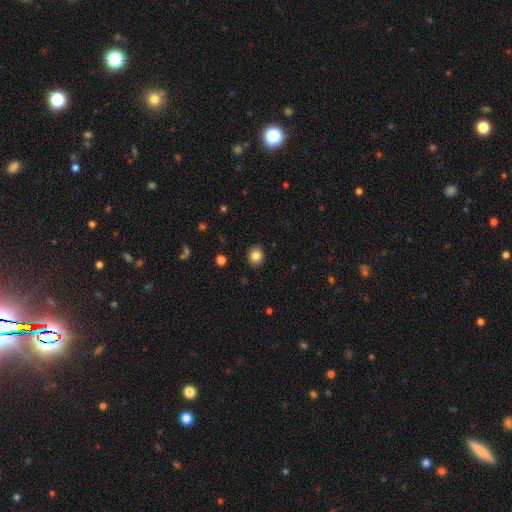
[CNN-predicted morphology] This is clearly a smooth galaxy (84%). How rounded: likely round (76%). Merging: clearly none (91%).